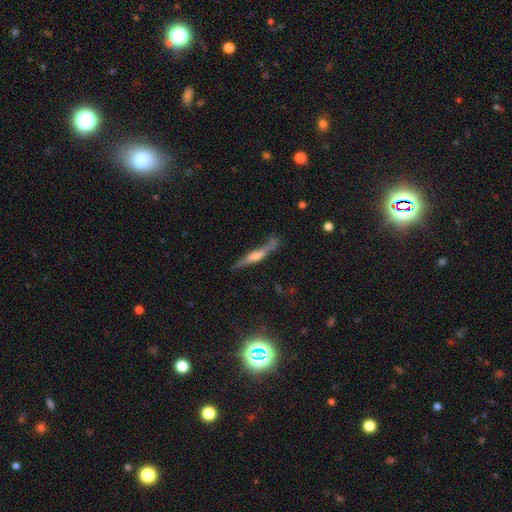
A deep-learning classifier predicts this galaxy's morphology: This appears to be a featured or disk galaxy (60%) viewed edge-on (91%) with a rounded central bulge (57%). Merging: none (65%).